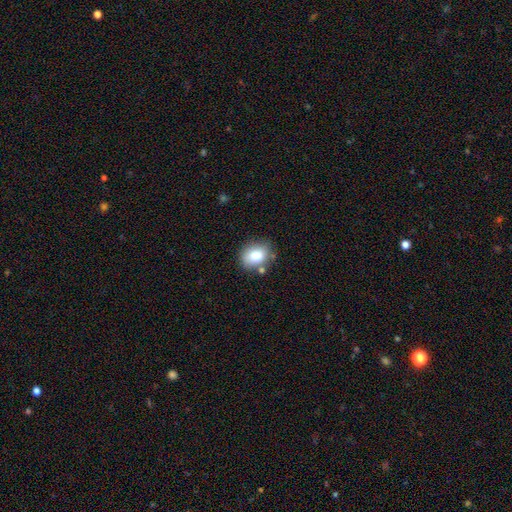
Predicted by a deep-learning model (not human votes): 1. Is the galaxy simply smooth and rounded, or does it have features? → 80% smooth, 10% featured or disk, 9% star or artifact.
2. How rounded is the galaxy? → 54% in between, 45% round, 1% cigar-shaped.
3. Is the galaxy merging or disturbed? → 74% none, 16% minor disturbance, 7% merger, 4% major disturbance.